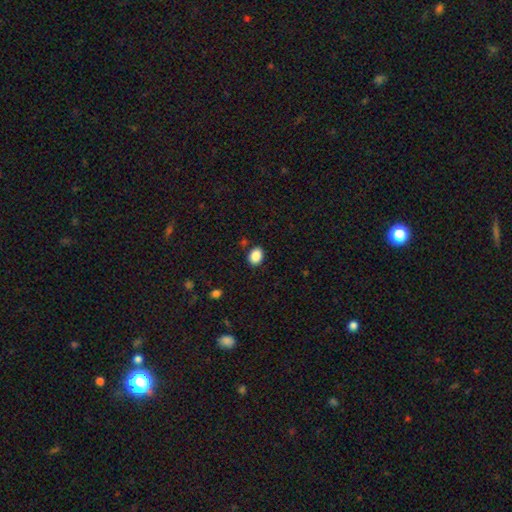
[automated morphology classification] Smooth or featured? smooth (88%)
How rounded? in between (59%)
Merging? none (86%)